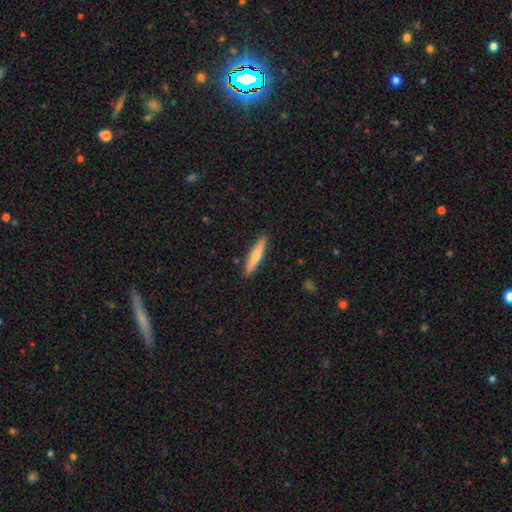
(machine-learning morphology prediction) A smooth galaxy with no disk features (64%) that is cigar-shaped (92%).

Vote fractions:
- Smooth or featured? smooth: 64% / featured or disk: 31% / star or artifact: 5%
- How rounded? cigar-shaped: 92% / in between: 7% / round: 1%
- Merging? none: 90% / minor disturbance: 7% / major disturbance: 1% / merger: 1%